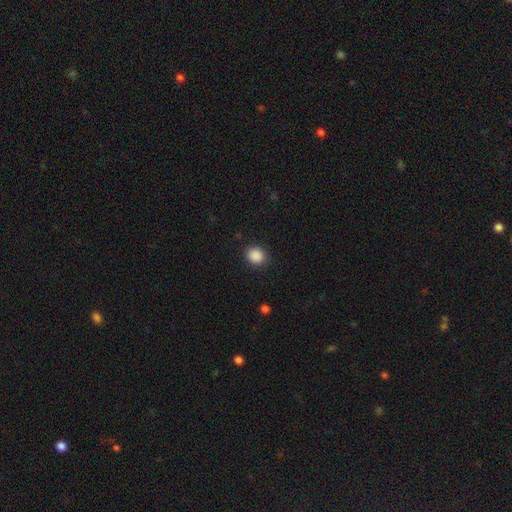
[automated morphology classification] A smooth galaxy with no disk features (89%) that is round (65%). Merging: none (88%).